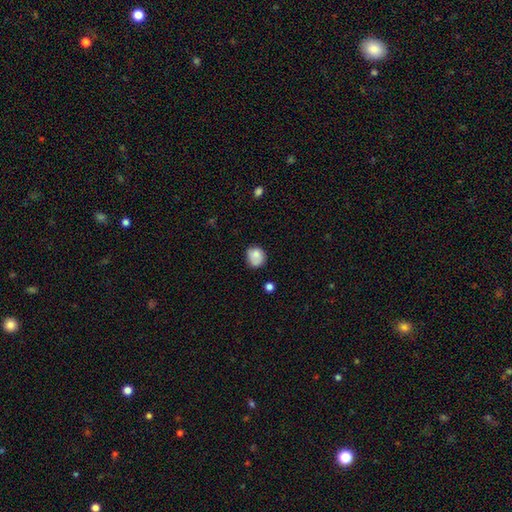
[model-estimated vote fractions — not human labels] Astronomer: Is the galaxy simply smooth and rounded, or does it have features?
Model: smooth — 78%.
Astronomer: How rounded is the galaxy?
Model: round — 72%.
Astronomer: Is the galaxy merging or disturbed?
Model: none — 62%.